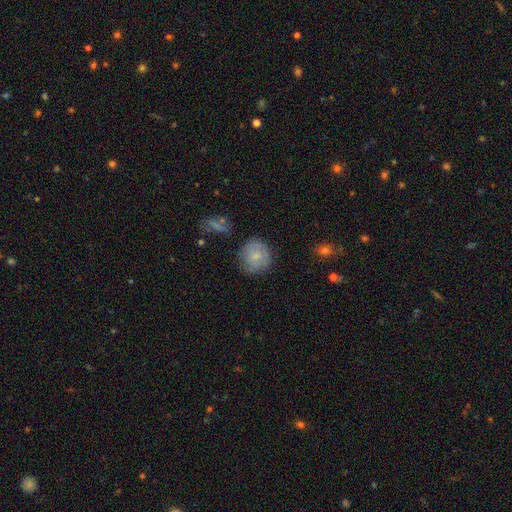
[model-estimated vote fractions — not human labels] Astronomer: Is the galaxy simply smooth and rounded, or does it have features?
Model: smooth — 72%.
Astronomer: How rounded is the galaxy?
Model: round — 87%.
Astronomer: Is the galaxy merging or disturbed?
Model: none — 73%.